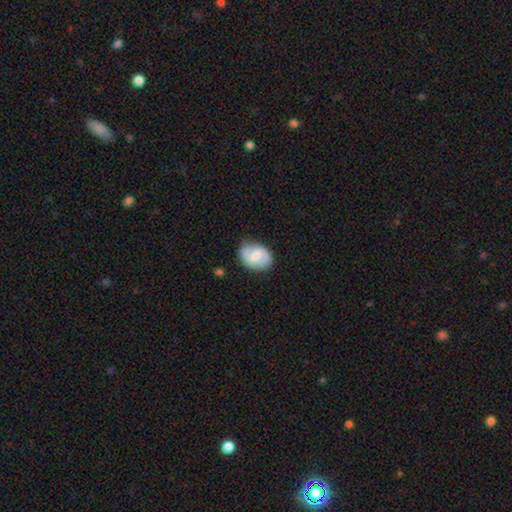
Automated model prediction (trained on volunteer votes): smooth-or-featured: featured or disk: 57% | smooth: 37% | star or artifact: 6%
  disk-edge-on: no: 97% | yes: 3%
    bar: weak: 53% | no: 32% | strong: 15%
    has-spiral-arms: yes: 82% | no: 18%
    bulge-size: moderate: 57% | small: 35% | large: 4% | none: 3% | dominant: 1%
  merging: none: 73% | minor disturbance: 21% | major disturbance: 5% | merger: 2%